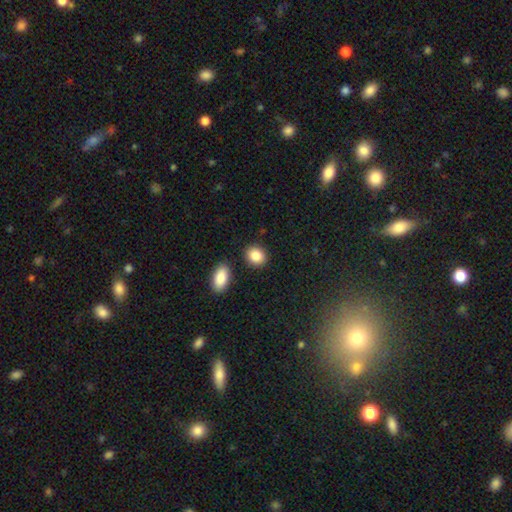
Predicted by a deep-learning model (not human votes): smooth_or_featured: smooth (p=0.87) [alt: star or artifact p=0.07]
how_rounded: in between (p=0.50) [alt: round p=0.49]
merging: none (p=0.84) [alt: minor disturbance p=0.08]